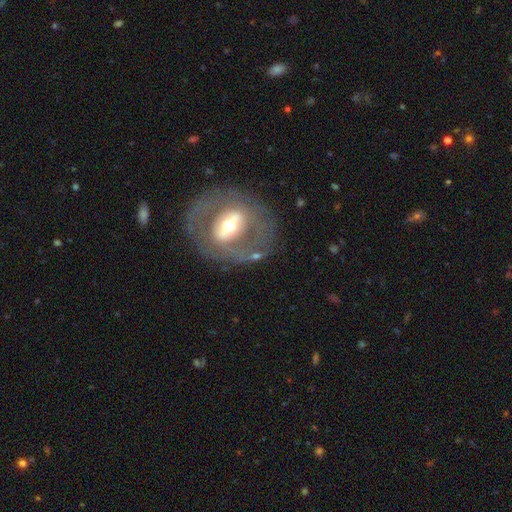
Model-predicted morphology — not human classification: smooth_or_featured: featured or disk (p=0.67) [alt: smooth p=0.25]
disk_edge_on: no (p=0.91) [alt: yes p=0.09]
bar: strong (p=0.38) [alt: weak p=0.33]
has_spiral_arms: no (p=0.70) [alt: yes p=0.30]
bulge_size: moderate (p=0.61) [alt: small p=0.22]
merging: none (p=0.73) [alt: minor disturbance p=0.14]